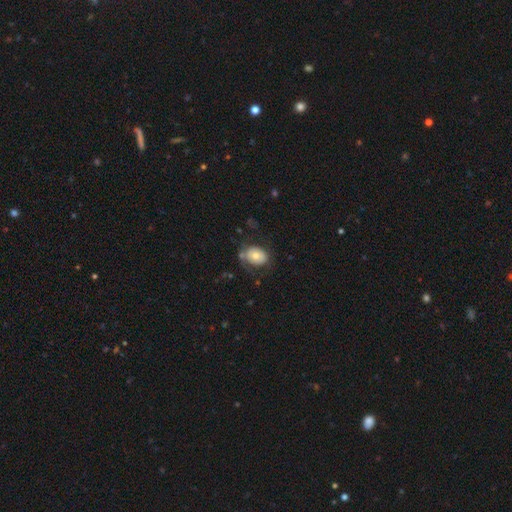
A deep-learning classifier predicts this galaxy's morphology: The model was most divided on "how rounded": in between: 61%, round: 38%, cigar-shaped: 1%. More confident: smooth or featured — smooth (67%); merging — none (56%).